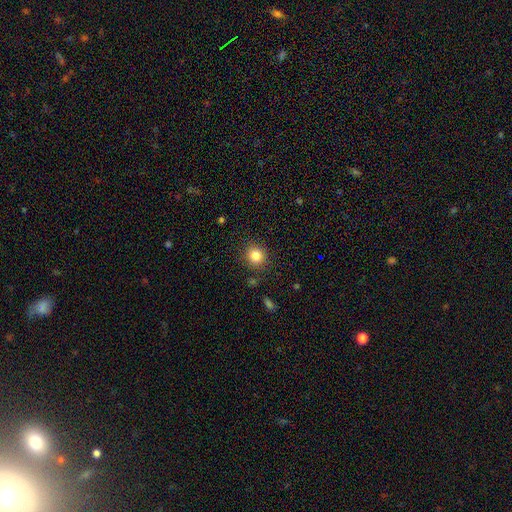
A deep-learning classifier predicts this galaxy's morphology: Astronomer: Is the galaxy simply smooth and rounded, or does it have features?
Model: smooth — 82%.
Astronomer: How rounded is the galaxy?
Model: round — 88%.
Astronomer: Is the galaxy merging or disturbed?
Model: none — 87%.